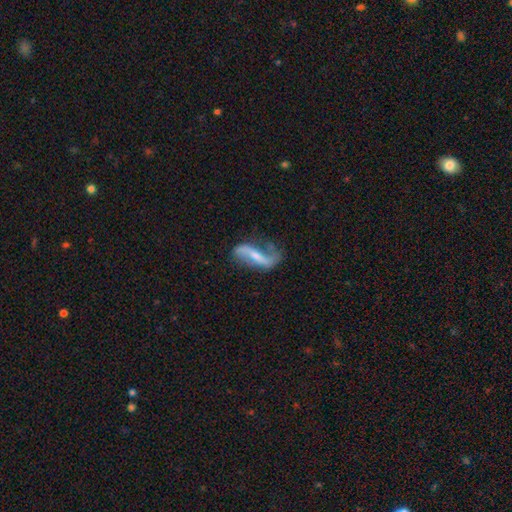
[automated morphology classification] Overall: featured or disk (79%). Edge-on disk: no (89%). Bar: strong (45%; weak 32%). Spiral arms: yes (89%). Spiral arm count: 2 (85%). Spiral winding: loose (84%). Bulge size: small (53%; moderate 31%). Merging: none (55%; minor disturbance 23%).